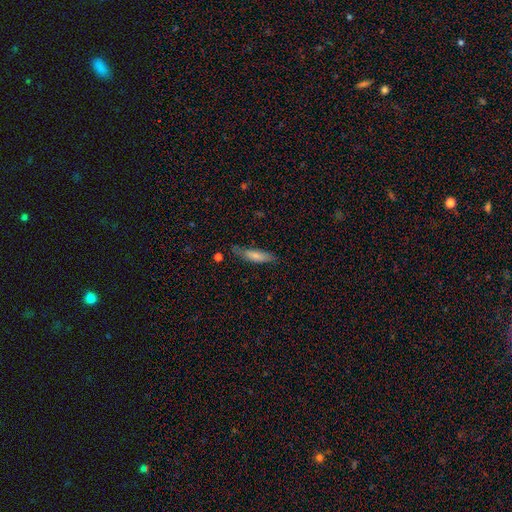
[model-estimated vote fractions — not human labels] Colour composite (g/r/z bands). It shows a smooth galaxy with no disk features (72%) that is cigar-shaped (66%). Merging: none (69%).